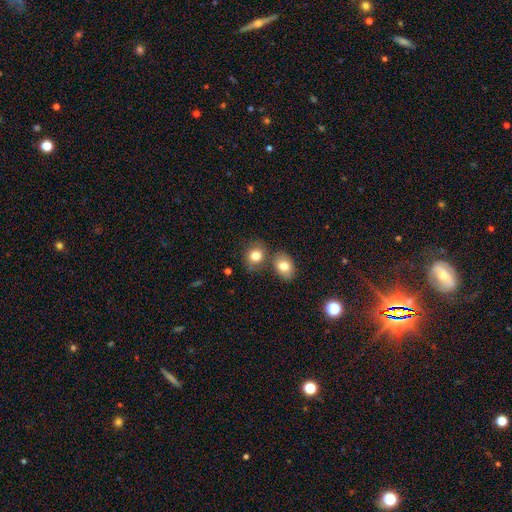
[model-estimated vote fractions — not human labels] This is clearly a smooth galaxy (80%). How rounded: possibly round (59%). Merging: possibly none (60%).